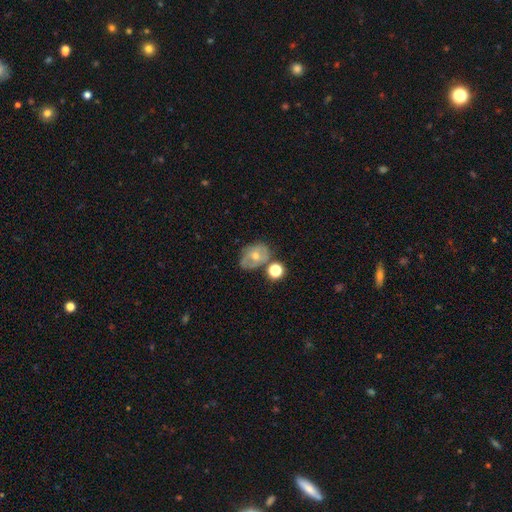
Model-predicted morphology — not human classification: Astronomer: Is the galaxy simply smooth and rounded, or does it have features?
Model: featured or disk — 51% (runner-up: smooth, 36%).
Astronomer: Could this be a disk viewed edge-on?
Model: no — 95%.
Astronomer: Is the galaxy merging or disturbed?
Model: none — 56%.